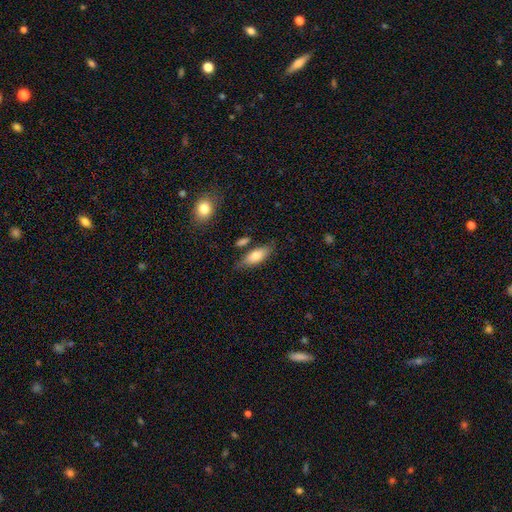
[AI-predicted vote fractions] Morphology: type=smooth (77%); roundness=in between (73%); merging=none (73%).